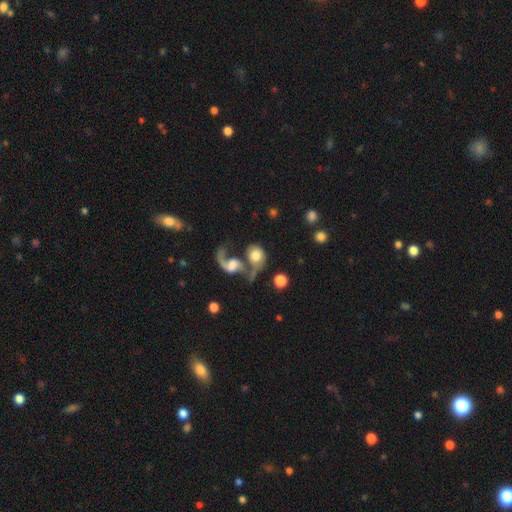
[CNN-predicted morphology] type=smooth (57%); roundness=round (64%); merging=merger (52%).